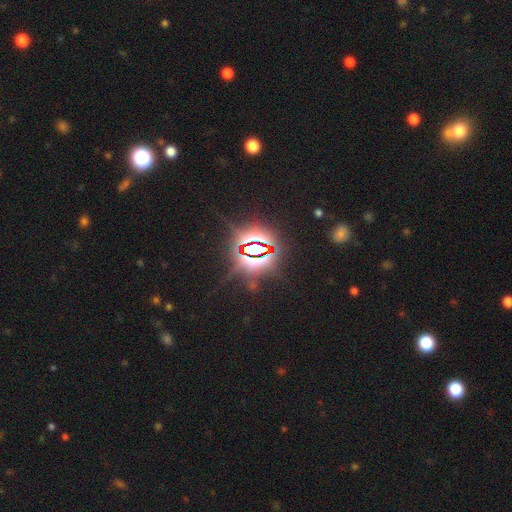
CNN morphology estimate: star or artifact 84%, smooth 9%, featured or disk 7%.